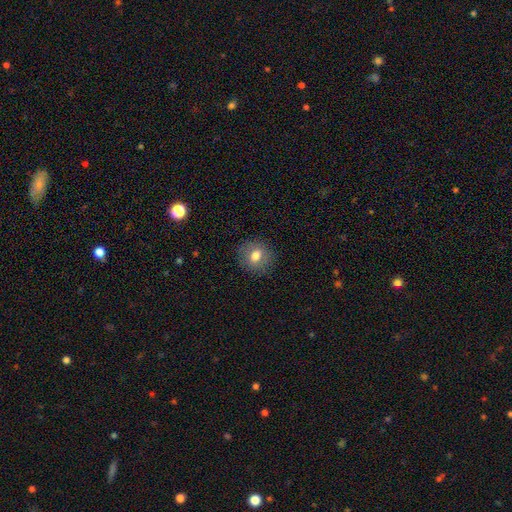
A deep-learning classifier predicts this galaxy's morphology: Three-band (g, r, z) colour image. It shows a smooth galaxy with no disk features (74%) that is round (79%). Merging: none (87%).